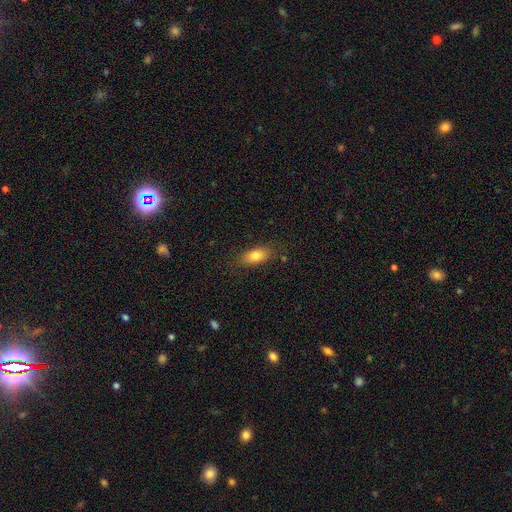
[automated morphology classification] type=smooth (80%); roundness=in between (85%); merging=none (82%).